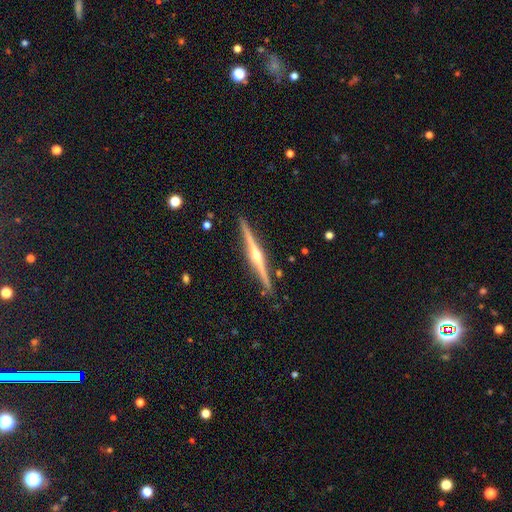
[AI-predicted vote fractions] A featured or disk galaxy (86%) viewed edge-on (99%) with a rounded central bulge (92%). Merging: none (91%).